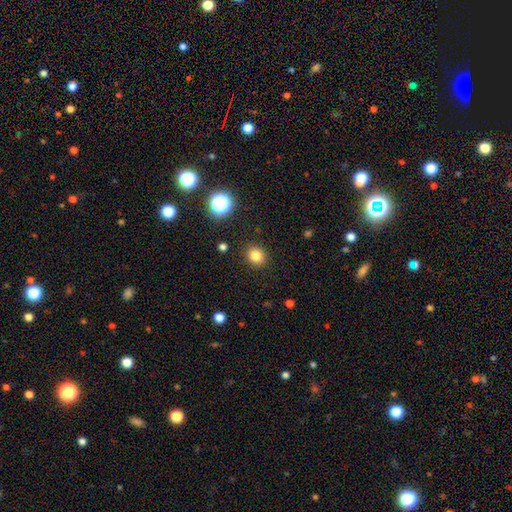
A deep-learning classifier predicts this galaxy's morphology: Smooth or featured: smooth — 81% (star or artifact — 13%)
How rounded: round — 71% (in between — 28%)
Merging: none — 89% (minor disturbance — 7%)